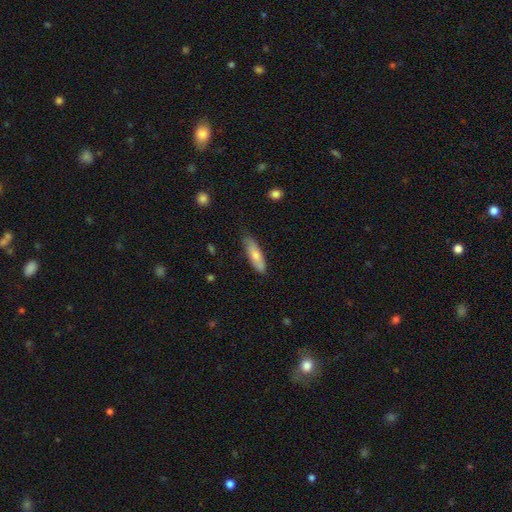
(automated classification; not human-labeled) Smooth or featured: smooth — 73% (featured or disk — 21%)
How rounded: cigar-shaped — 56% (in between — 42%)
Merging: none — 78% (minor disturbance — 18%)